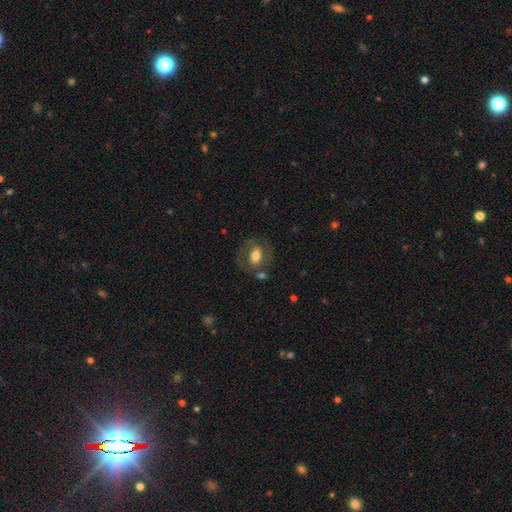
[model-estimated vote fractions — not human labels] Overall: smooth (50%; featured or disk 42%). How rounded: in between (71%). Merging: none (63%).